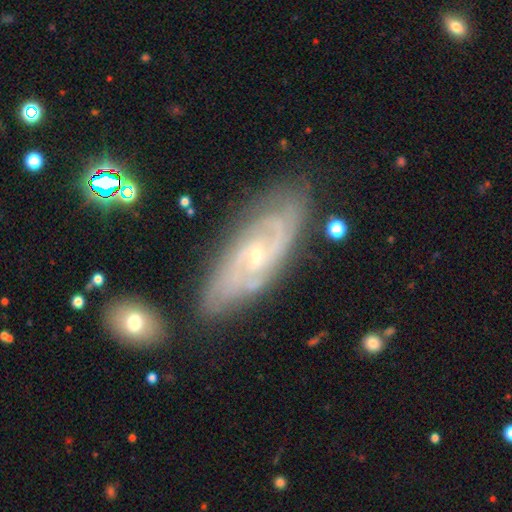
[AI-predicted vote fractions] featured or disk 85%, smooth 9%, star or artifact 6%. Down the decision tree: edge-on disk — no (91%); bar — no (63%); spiral arms — yes (95%); spiral arm count — 2 (35%); spiral winding — tight (61%); bulge size — small (72%); merging — none (76%).